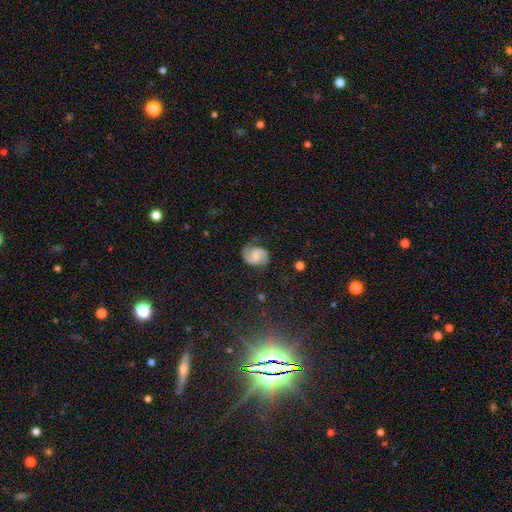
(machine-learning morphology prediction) The model was most divided on "bar": no: 47%, weak: 41%, strong: 11%. Remaining: edge-on disk — no (98%); spiral arms — yes (97%); spiral arm count — 2 (93%); smooth or featured — featured or disk (83%); merging — none (78%); spiral winding — medium (54%); bulge size — none (48%).